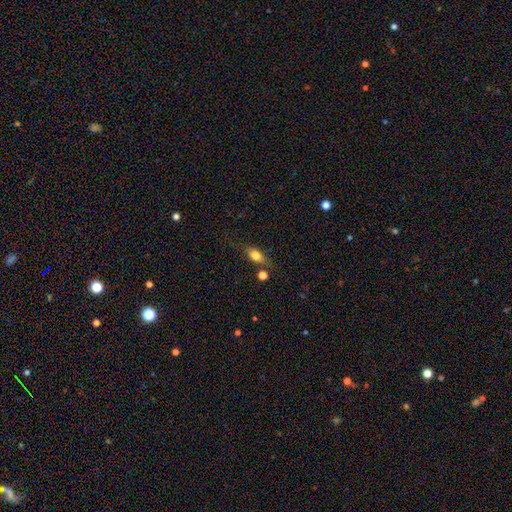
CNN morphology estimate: Q: Smooth or featured?
A: smooth (72%); runner-up: featured or disk (19%)
Q: How rounded?
A: in between (76%); runner-up: cigar-shaped (13%)
Q: Merging?
A: none (65%); runner-up: minor disturbance (20%)